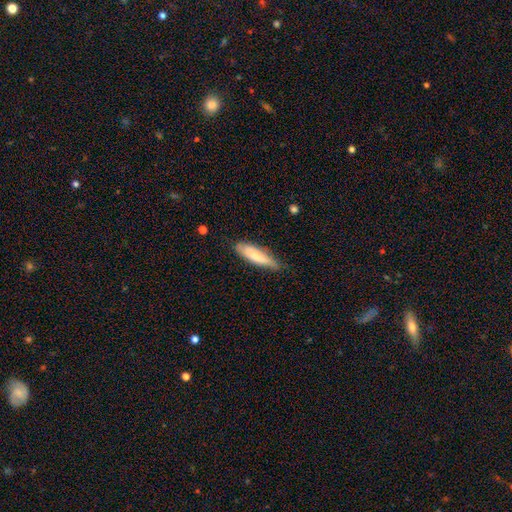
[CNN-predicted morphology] A smooth galaxy with no disk features (74%) that is cigar-shaped (68%). Merging: none (71%).